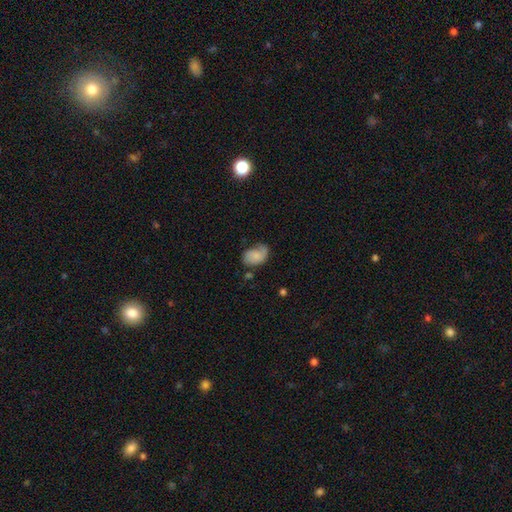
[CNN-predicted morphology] This is possibly a smooth galaxy (55%). How rounded: clearly in between (80%). Merging: marginally none (43%).